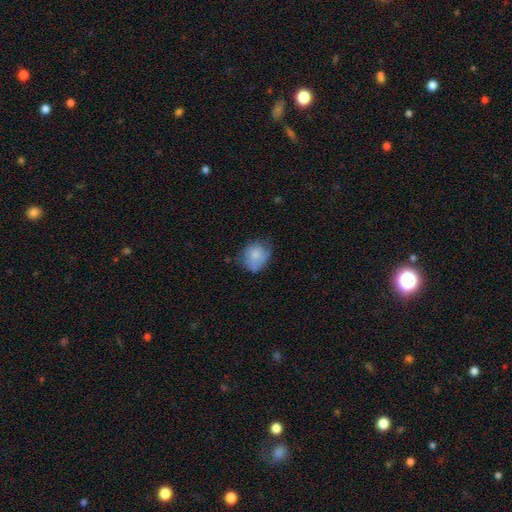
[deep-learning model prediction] This is likely a smooth galaxy (76%). How rounded: likely round (67%). Merging: possibly none (52%).